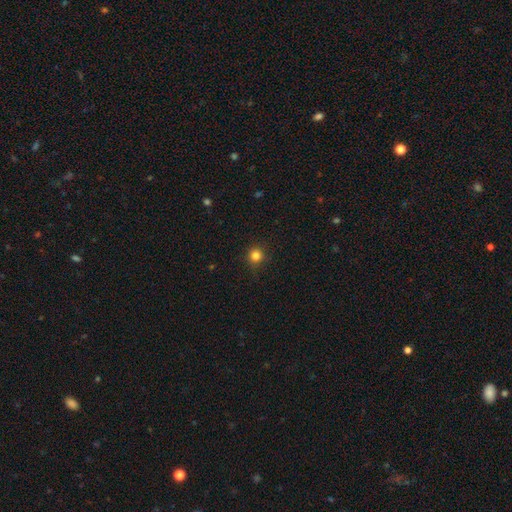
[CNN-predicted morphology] Smooth or featured? Predicted: smooth (p=0.82). How rounded? Predicted: round (p=0.93). Merging? Predicted: none (p=0.87).